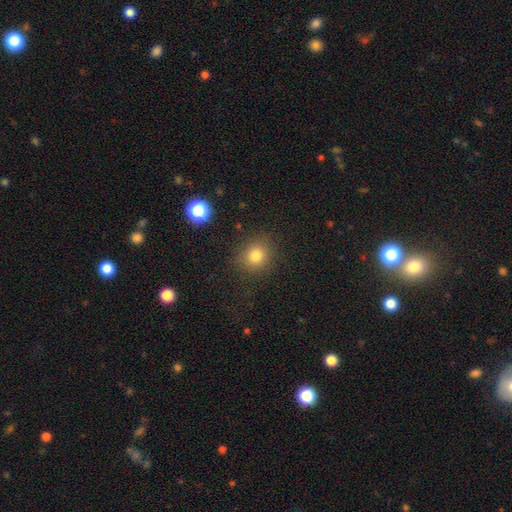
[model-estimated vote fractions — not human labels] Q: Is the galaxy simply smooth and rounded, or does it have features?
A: smooth — 79%.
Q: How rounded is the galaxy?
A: round — 79%.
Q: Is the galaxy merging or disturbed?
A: none — 85%.